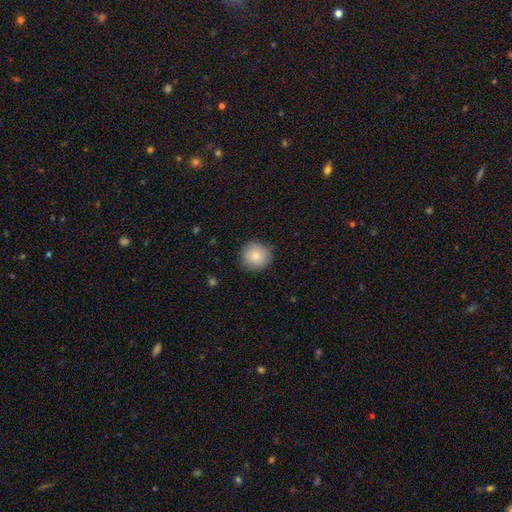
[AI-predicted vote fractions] Overall: smooth (82%). How rounded: round (93%). Merging: none (86%).